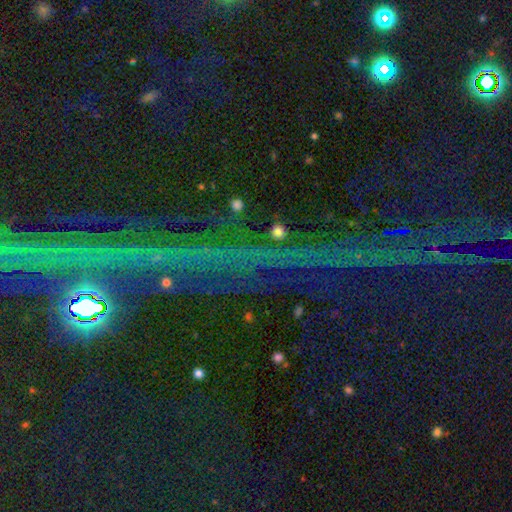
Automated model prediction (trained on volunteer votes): The model was most divided on "smooth or featured": star or artifact: 80%, featured or disk: 11%, smooth: 9%.